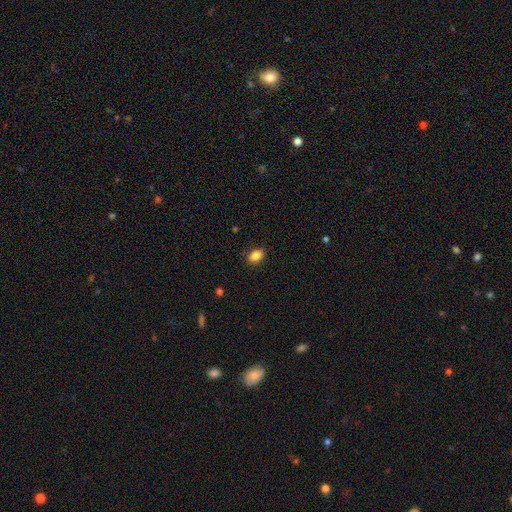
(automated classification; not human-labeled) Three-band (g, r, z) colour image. It shows a smooth galaxy with no disk features (86%) that is in between round and cigar-shaped (78%). Merging: none (88%).